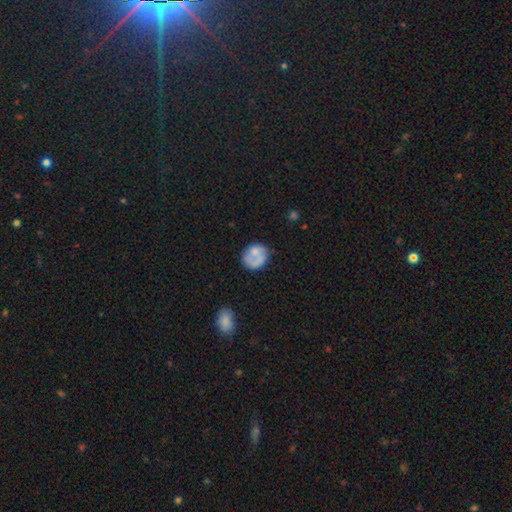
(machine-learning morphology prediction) Smooth or featured: smooth — 64% (featured or disk — 28%)
How rounded: round — 75% (in between — 24%)
Merging: none — 55% (minor disturbance — 24%)